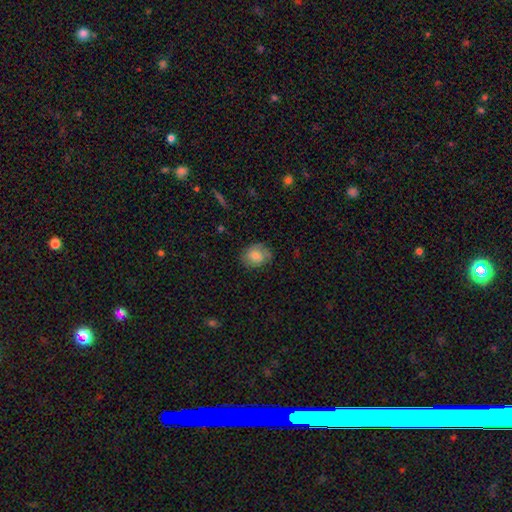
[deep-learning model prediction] smooth-or-featured: smooth: 72% | featured or disk: 20% | star or artifact: 8%
  how-rounded: round: 53% | in between: 46% | cigar-shaped: 1%
  merging: none: 70% | minor disturbance: 22% | major disturbance: 7% | merger: 1%